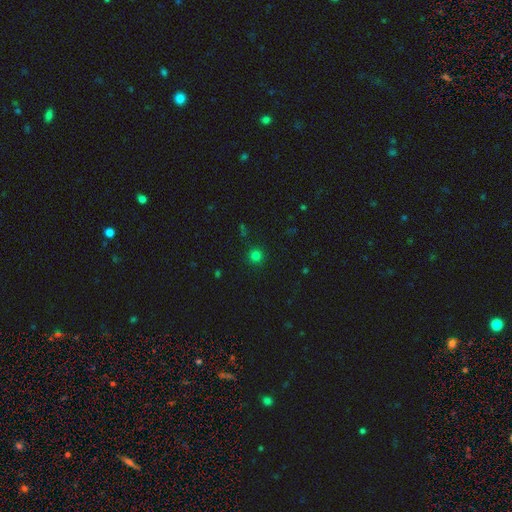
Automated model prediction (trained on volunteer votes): Smooth or featured: smooth — 77% (star or artifact — 18%)
How rounded: round — 95% (in between — 4%)
Merging: none — 91% (minor disturbance — 6%)